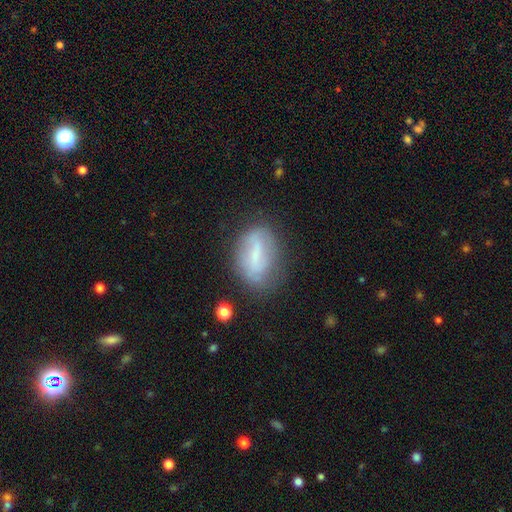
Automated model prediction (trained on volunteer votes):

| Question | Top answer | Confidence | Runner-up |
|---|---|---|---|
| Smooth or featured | smooth | 47% | featured or disk (44%) |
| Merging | none | 62% | minor disturbance (25%) |